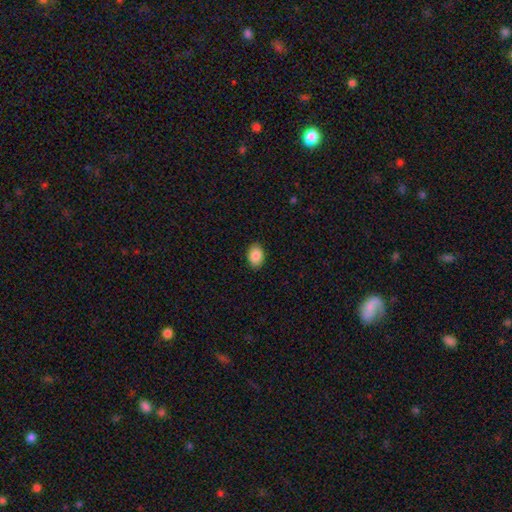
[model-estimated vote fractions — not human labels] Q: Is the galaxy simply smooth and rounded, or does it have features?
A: smooth — 87%.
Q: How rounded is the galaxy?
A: in between — 81%.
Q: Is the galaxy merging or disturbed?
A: none — 89%.